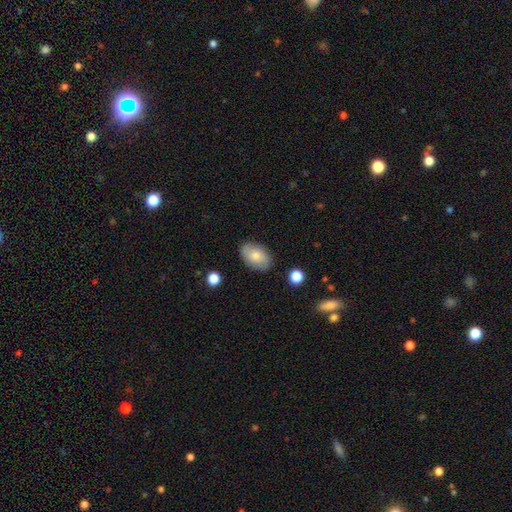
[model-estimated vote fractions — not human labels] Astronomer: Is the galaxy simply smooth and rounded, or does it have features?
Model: smooth — 74%.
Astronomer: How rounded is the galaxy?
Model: in between — 89%.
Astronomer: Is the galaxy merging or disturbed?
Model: none — 83%.